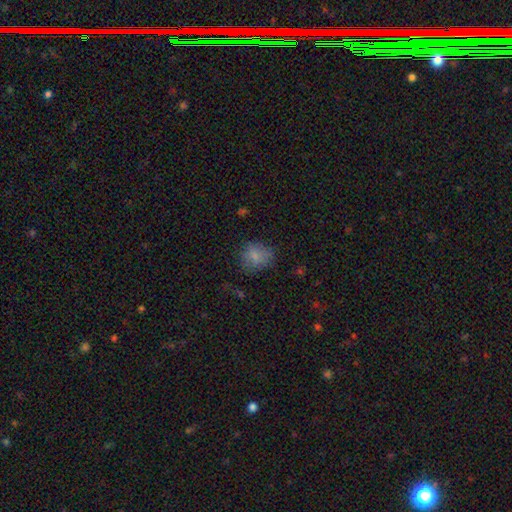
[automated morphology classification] This is likely a smooth galaxy (78%). How rounded: likely round (68%). Merging: likely none (71%).